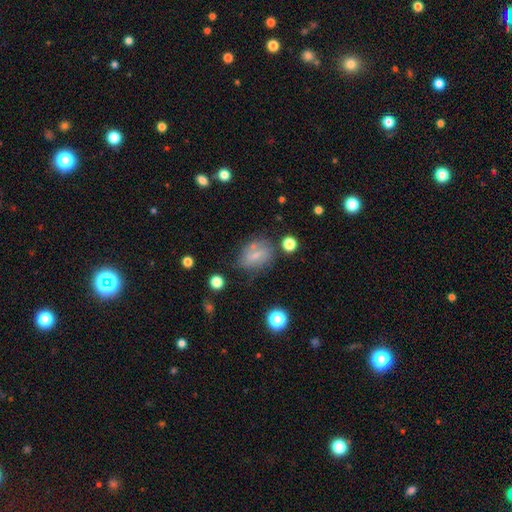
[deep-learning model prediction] This is possibly a smooth galaxy (50%). Merging: likely none (61%).